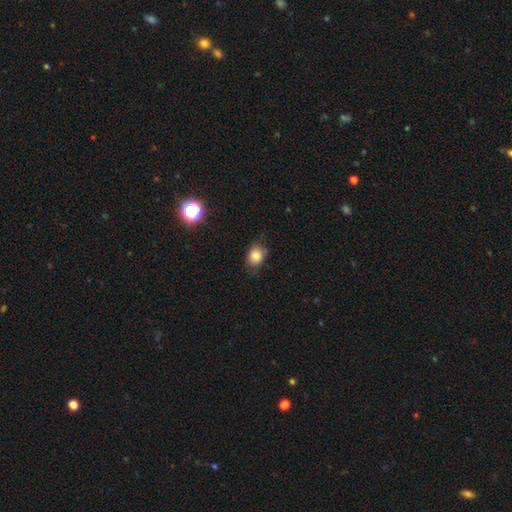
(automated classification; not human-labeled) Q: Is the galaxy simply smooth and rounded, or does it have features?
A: smooth — 82%.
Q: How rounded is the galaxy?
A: round — 55%.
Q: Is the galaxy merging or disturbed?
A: none — 77%.